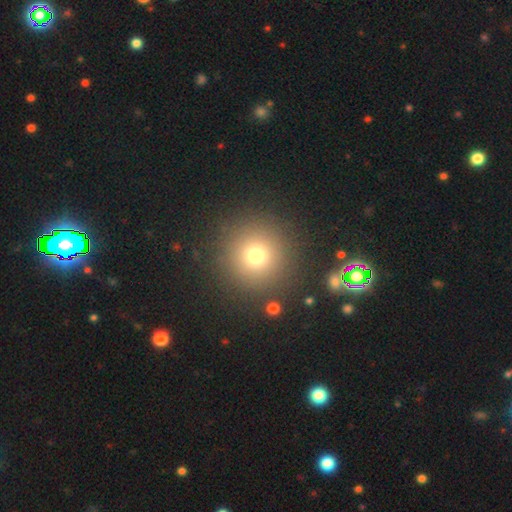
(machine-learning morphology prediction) type=smooth (73%); roundness=round (95%); merging=none (88%).